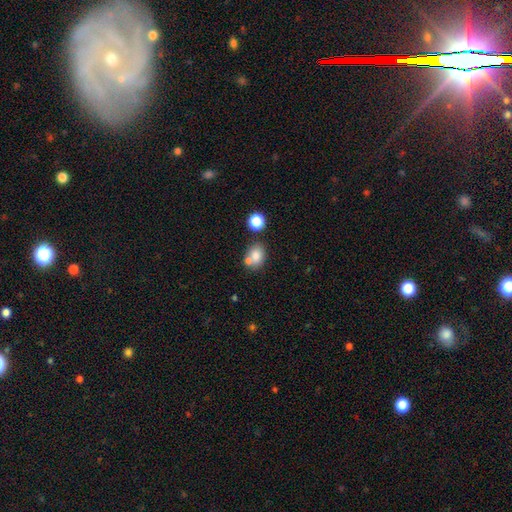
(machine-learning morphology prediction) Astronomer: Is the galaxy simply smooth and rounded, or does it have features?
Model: smooth — 78%.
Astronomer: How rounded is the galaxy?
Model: in between — 60% (runner-up: round, 39%).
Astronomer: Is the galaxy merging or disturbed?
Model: none — 53% (runner-up: merger, 30%).